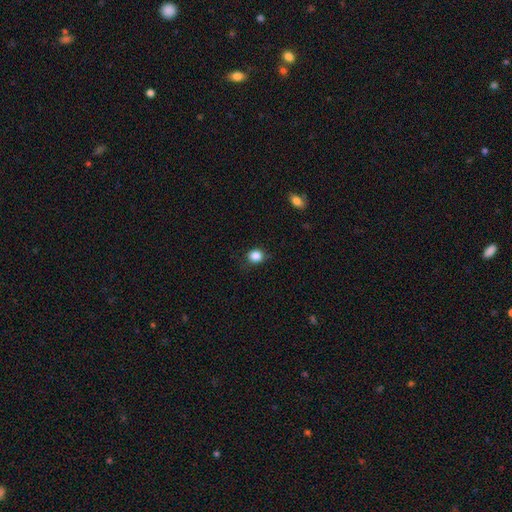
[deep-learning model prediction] Smooth or featured? smooth (85%)
How rounded? round (78%)
Merging? none (81%)